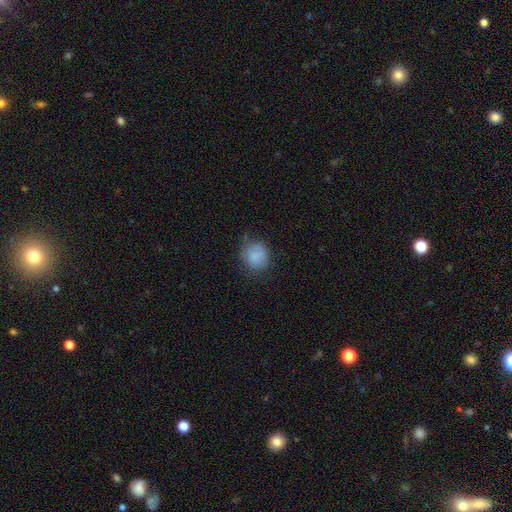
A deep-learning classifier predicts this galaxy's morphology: smooth_or_featured: smooth (p=0.80) [alt: featured or disk p=0.11]
how_rounded: round (p=0.75) [alt: in between p=0.24]
merging: none (p=0.59) [alt: minor disturbance p=0.28]